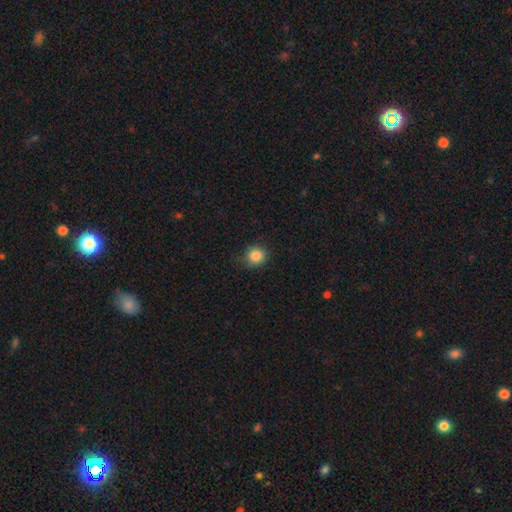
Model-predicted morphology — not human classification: Smooth or featured? Predicted: smooth (p=0.85). How rounded? Predicted: round (p=0.88). Merging? Predicted: none (p=0.79).